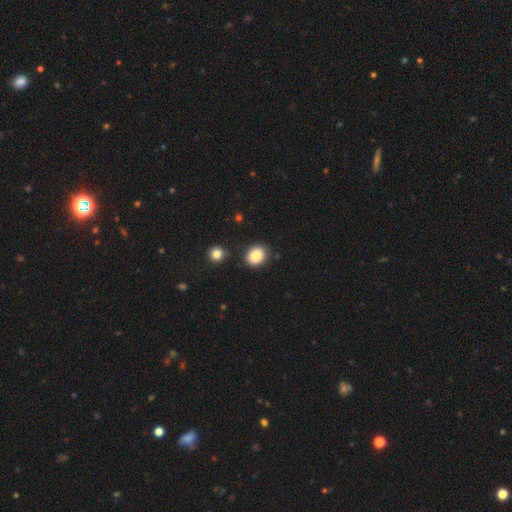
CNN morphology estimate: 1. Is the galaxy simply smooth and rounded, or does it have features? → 85% smooth, 9% star or artifact, 6% featured or disk.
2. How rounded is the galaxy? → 60% round, 39% in between, 1% cigar-shaped.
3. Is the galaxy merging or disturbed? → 85% none, 8% minor disturbance, 4% merger, 2% major disturbance.